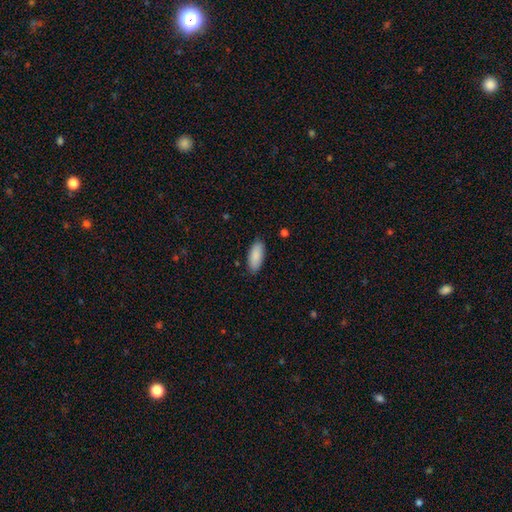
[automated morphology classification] Smooth or featured? Predicted: smooth (p=0.89). How rounded? Predicted: in between (p=0.86). Merging? Predicted: none (p=0.87).